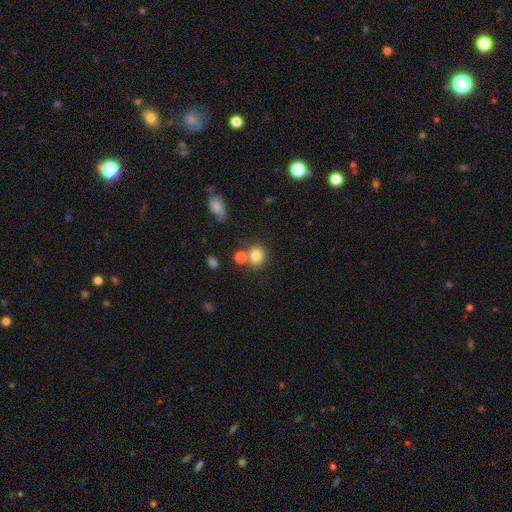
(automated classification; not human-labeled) Smooth or featured? smooth (81%)
How rounded? round (76%)
Merging? none (65%)